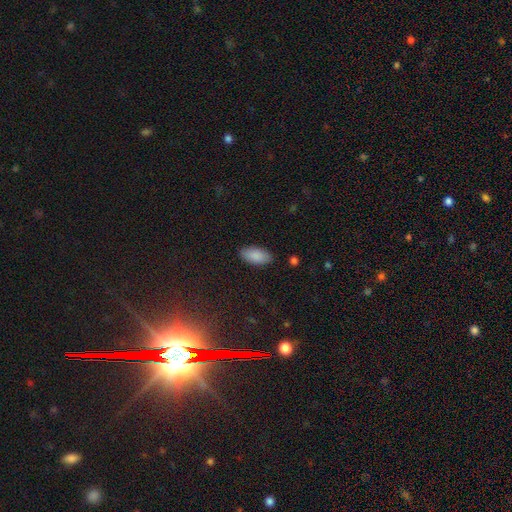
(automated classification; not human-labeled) Smooth or featured? smooth (88%)
How rounded? in between (94%)
Merging? none (87%)